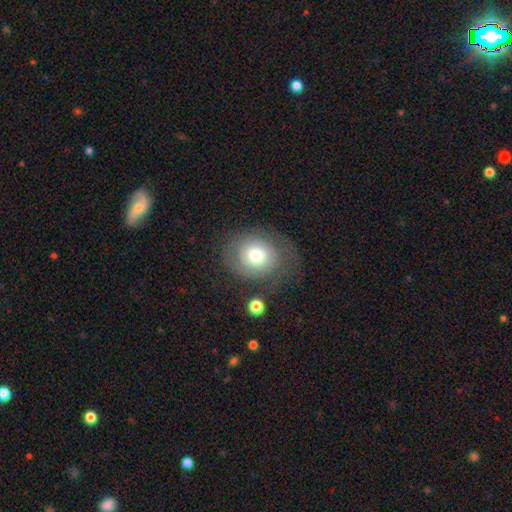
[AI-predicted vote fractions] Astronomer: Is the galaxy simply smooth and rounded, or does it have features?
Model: smooth — 58%.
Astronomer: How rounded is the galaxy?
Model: round — 68%.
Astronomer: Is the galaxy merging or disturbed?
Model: none — 60%.